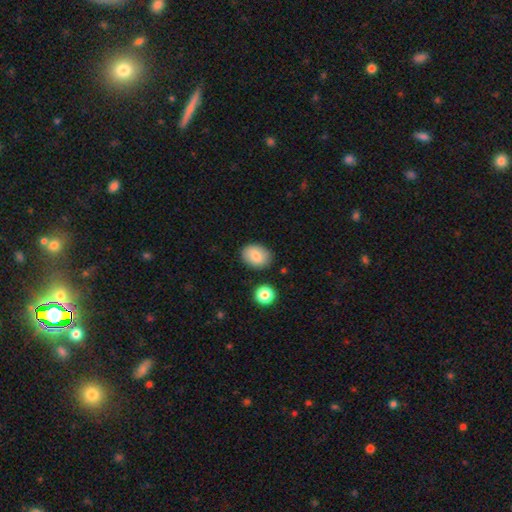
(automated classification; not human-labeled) Smooth or featured?
  - smooth: 81% *
  - featured or disk: 11%
  - star or artifact: 8%
How rounded?
  - in between: 67% *
  - round: 32%
  - cigar-shaped: 1%
Merging?
  - none: 82% *
  - minor disturbance: 12%
  - merger: 3%
  - major disturbance: 3%